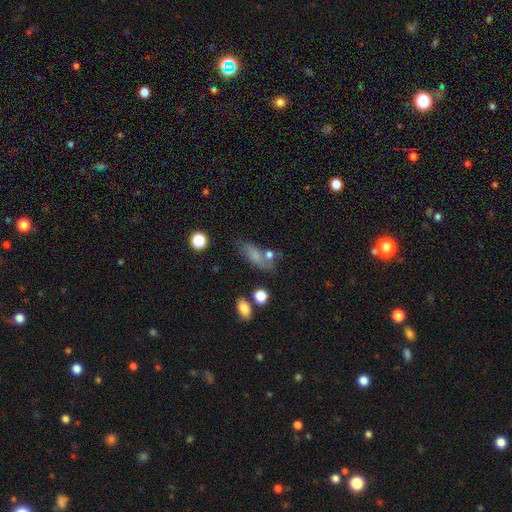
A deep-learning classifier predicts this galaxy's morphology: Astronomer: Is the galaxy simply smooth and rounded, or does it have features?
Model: smooth — 70%.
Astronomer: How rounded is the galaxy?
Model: in between — 69%.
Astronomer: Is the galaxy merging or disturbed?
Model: none — 54%.